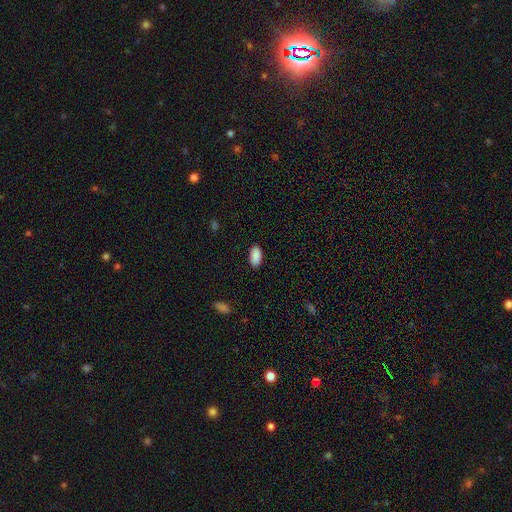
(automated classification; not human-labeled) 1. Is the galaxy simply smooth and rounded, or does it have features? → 90% smooth, 7% star or artifact, 3% featured or disk.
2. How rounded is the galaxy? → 94% in between, 3% cigar-shaped, 2% round.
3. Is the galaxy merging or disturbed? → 87% none, 10% minor disturbance, 2% major disturbance, 1% merger.